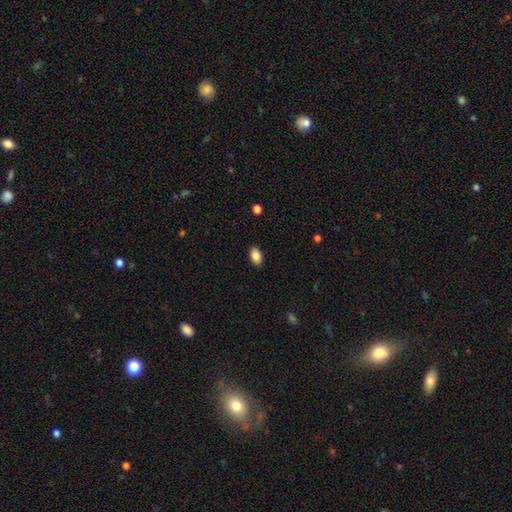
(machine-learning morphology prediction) type=smooth (87%); roundness=in between (91%); merging=none (89%).